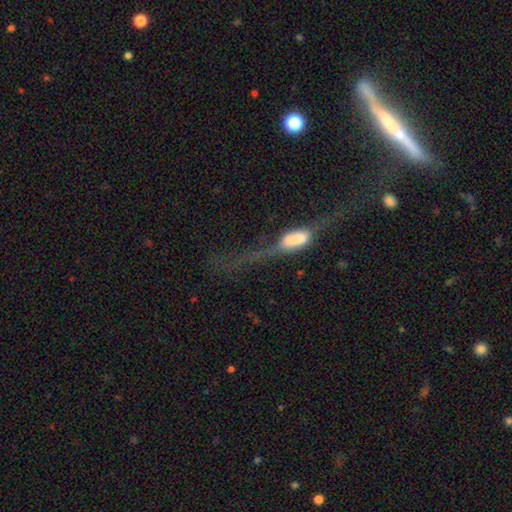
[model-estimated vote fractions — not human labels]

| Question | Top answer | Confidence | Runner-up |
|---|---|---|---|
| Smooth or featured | featured or disk | 68% | smooth (17%) |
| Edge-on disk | yes | 74% | no (26%) |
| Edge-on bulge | rounded | 74% | boxy (16%) |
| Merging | none | 37% | major disturbance (34%) |